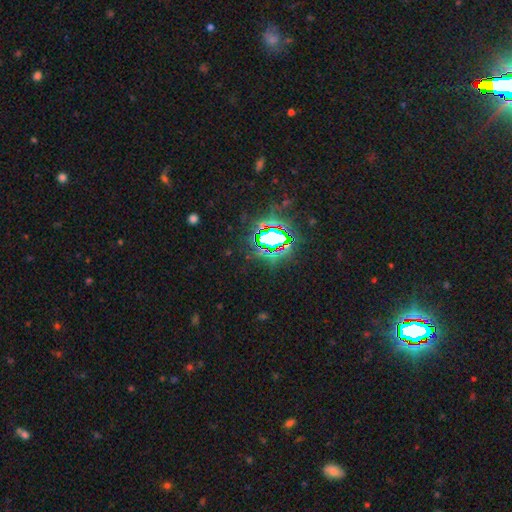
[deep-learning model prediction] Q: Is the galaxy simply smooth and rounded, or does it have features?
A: star or artifact — 83%.